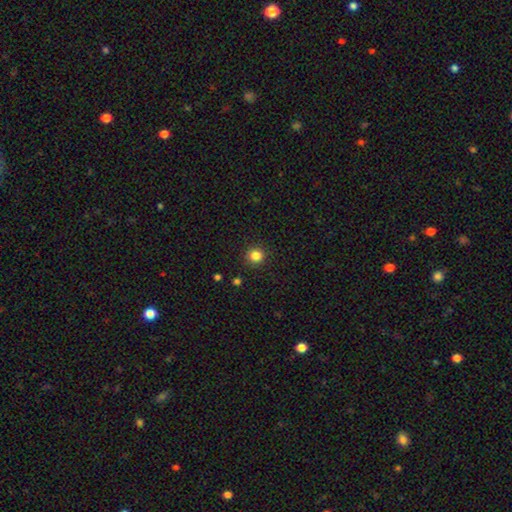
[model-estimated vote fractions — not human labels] Smooth or featured: smooth — 84% (star or artifact — 12%)
How rounded: round — 92% (in between — 7%)
Merging: none — 91% (minor disturbance — 6%)